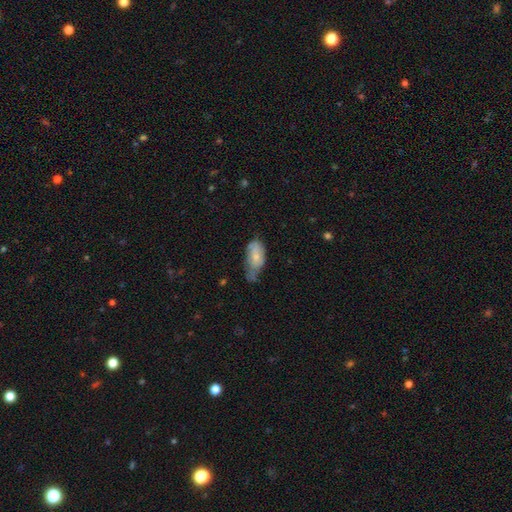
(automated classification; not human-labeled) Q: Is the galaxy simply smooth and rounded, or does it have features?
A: smooth — 66%.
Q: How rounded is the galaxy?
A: in between — 90%.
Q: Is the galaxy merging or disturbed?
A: minor disturbance — 45%.